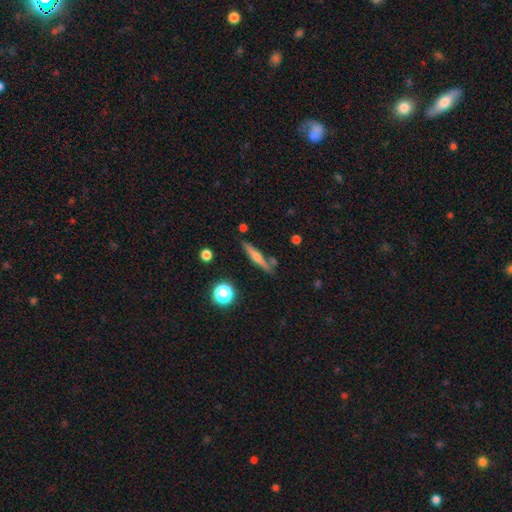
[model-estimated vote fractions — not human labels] featured or disk 53%, smooth 39%, star or artifact 9%. Down the decision tree: edge-on disk — yes (95%); merging — none (79%).